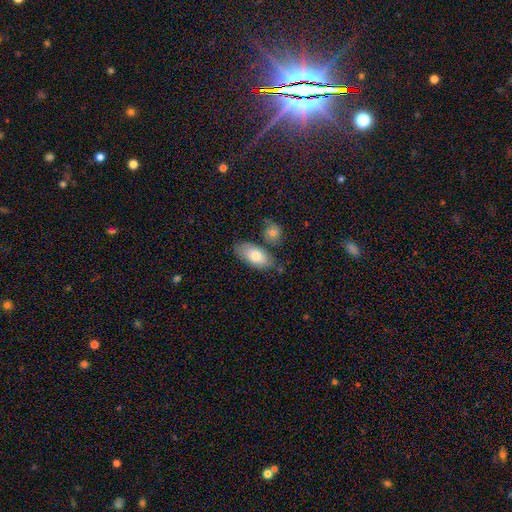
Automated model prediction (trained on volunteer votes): Q: Smooth or featured?
A: smooth (78%); runner-up: featured or disk (16%)
Q: How rounded?
A: in between (91%); runner-up: cigar-shaped (6%)
Q: Merging?
A: none (65%); runner-up: minor disturbance (18%)